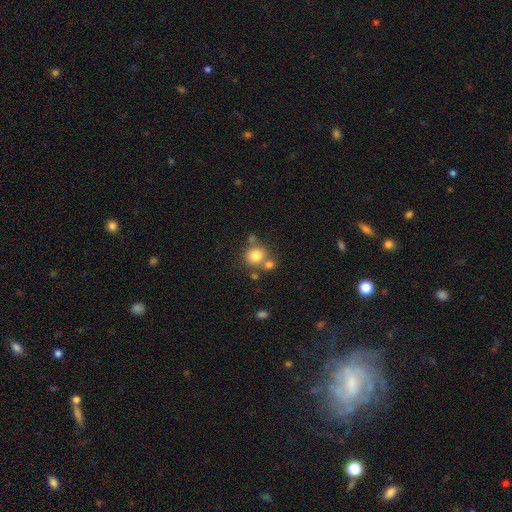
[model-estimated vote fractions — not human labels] This is likely a smooth galaxy (78%). How rounded: clearly round (83%). Merging: likely none (60%).